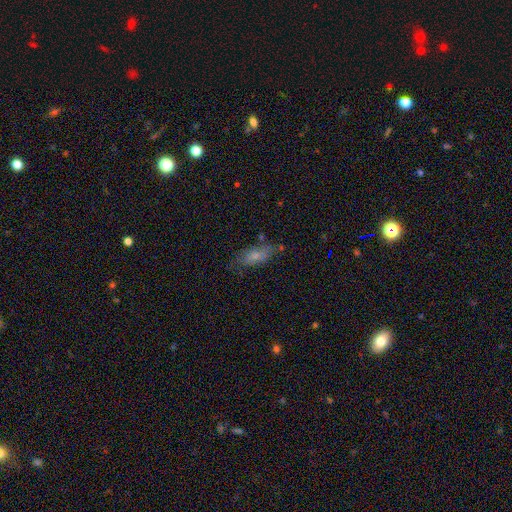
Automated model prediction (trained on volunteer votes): Smooth or featured: smooth — 72% (featured or disk — 20%)
How rounded: in between — 74% (cigar-shaped — 23%)
Merging: none — 63% (minor disturbance — 24%)